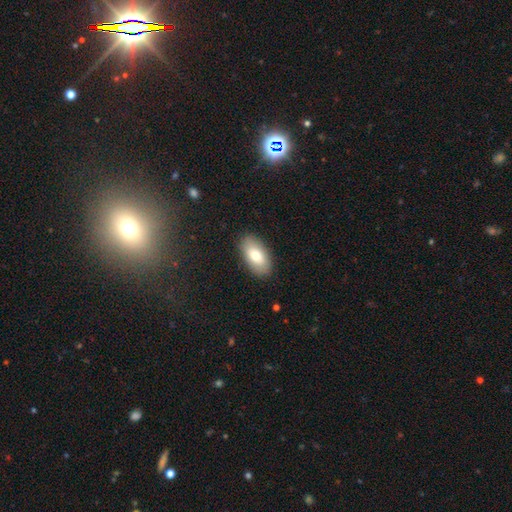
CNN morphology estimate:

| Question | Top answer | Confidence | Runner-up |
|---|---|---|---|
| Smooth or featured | smooth | 77% | featured or disk (17%) |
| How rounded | in between | 94% | round (3%) |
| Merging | none | 88% | minor disturbance (9%) |